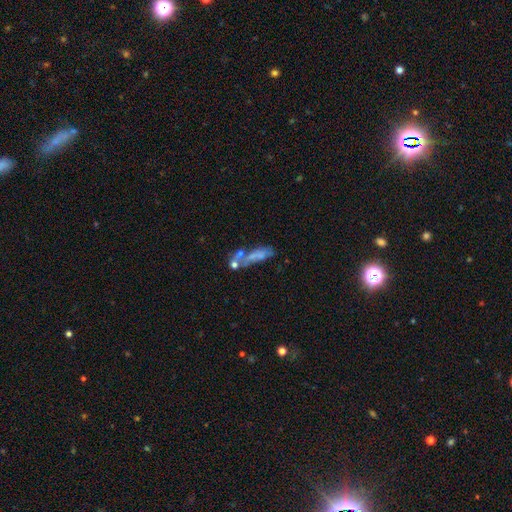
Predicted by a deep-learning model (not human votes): smooth-or-featured: featured or disk: 42% (tied) | smooth: 42% (tied) | star or artifact: 16%
  merging: none: 32% | merger: 31% | major disturbance: 20% | minor disturbance: 17%